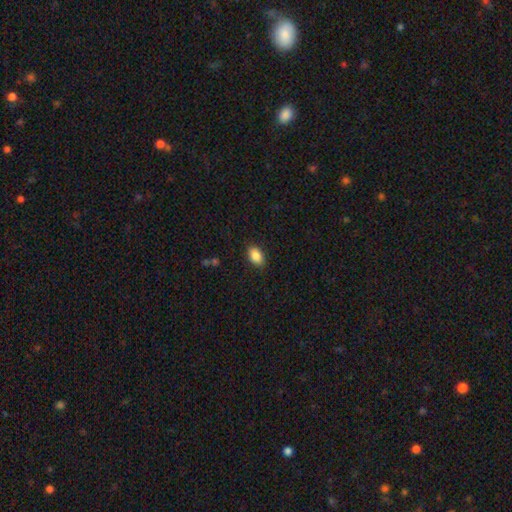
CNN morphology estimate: smooth_or_featured: smooth (p=0.88) [alt: star or artifact p=0.08]
how_rounded: in between (p=0.89) [alt: round p=0.10]
merging: none (p=0.87) [alt: minor disturbance p=0.10]